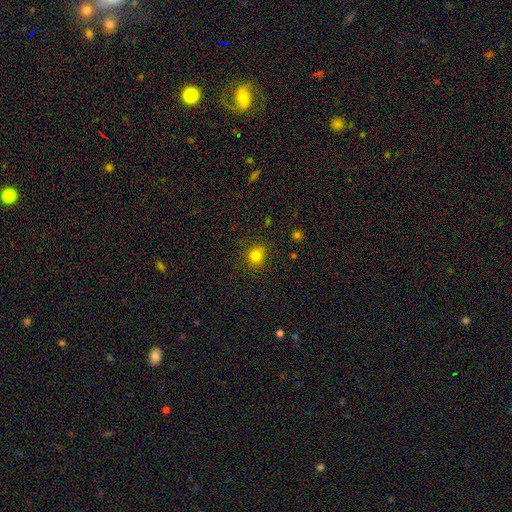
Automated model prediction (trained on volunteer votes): A smooth galaxy with no disk features (81%) that is round (83%).

Vote fractions:
- Smooth or featured? smooth: 81% / star or artifact: 14% / featured or disk: 6%
- How rounded? round: 83% / in between: 16% / cigar-shaped: 1%
- Merging? none: 84% / minor disturbance: 12% / major disturbance: 3% / merger: 1%